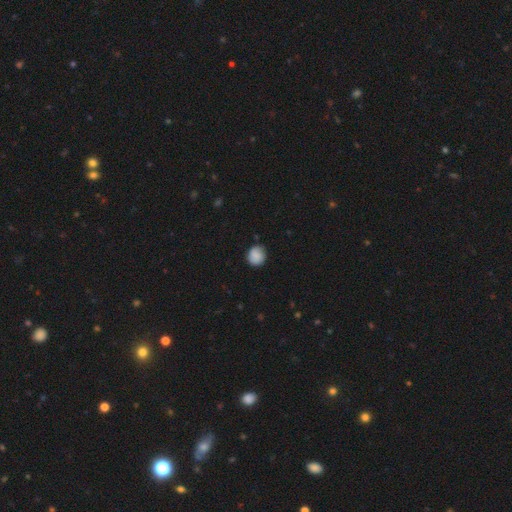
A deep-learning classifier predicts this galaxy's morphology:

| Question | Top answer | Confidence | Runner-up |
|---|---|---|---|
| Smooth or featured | smooth | 83% | featured or disk (9%) |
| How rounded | round | 85% | in between (14%) |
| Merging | none | 80% | minor disturbance (16%) |